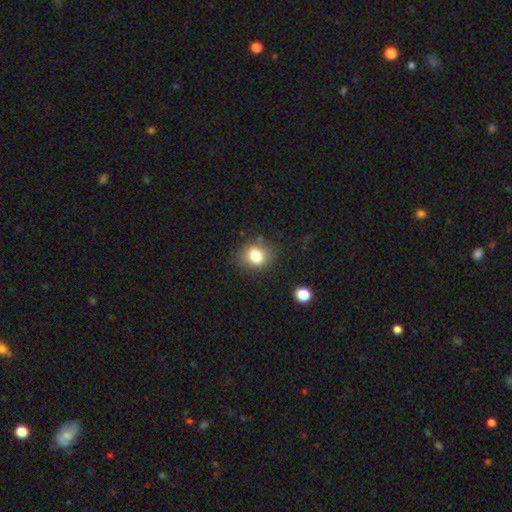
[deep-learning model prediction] Smooth or featured?
  - smooth: 79% *
  - star or artifact: 11%
  - featured or disk: 10%
How rounded?
  - round: 58% *
  - in between: 41%
  - cigar-shaped: 1%
Merging?
  - none: 80% *
  - minor disturbance: 13%
  - major disturbance: 4%
  - merger: 2%